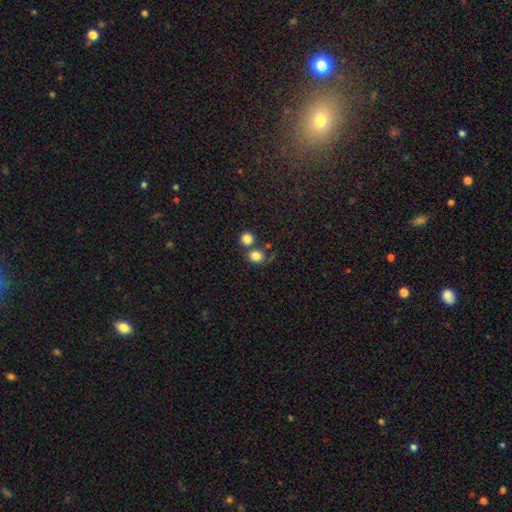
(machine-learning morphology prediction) smooth-or-featured: smooth: 81% | star or artifact: 11% | featured or disk: 8%
  how-rounded: round: 73% | in between: 26% | cigar-shaped: 1%
  merging: none: 57% | merger: 28% | minor disturbance: 11% | major disturbance: 5%